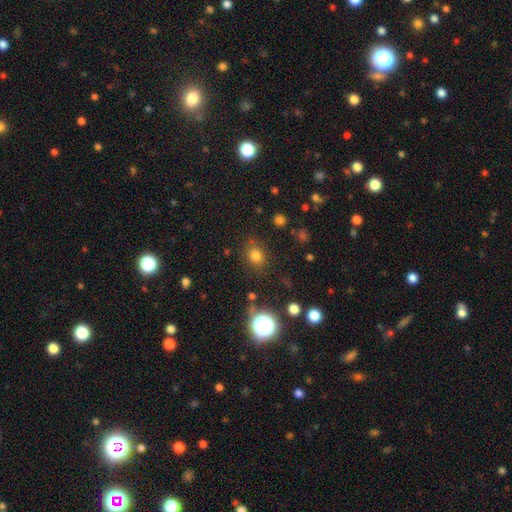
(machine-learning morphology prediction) Q: Smooth or featured?
A: smooth (75%); runner-up: star or artifact (18%)
Q: How rounded?
A: round (59%); runner-up: in between (40%)
Q: Merging?
A: none (80%); runner-up: minor disturbance (12%)